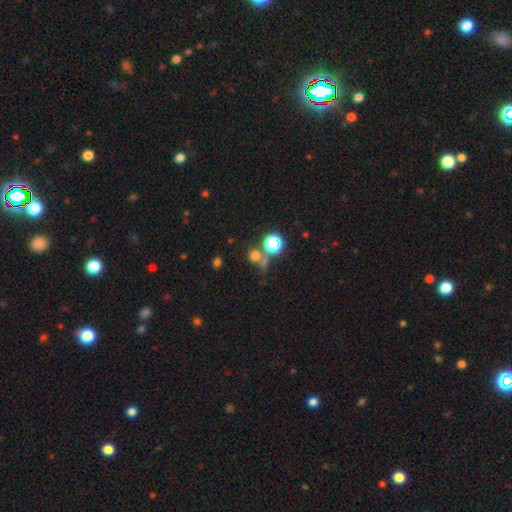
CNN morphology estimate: Smooth or featured: smooth — 61% (star or artifact — 30%)
How rounded: round — 85% (in between — 14%)
Merging: none — 60% (merger — 25%)